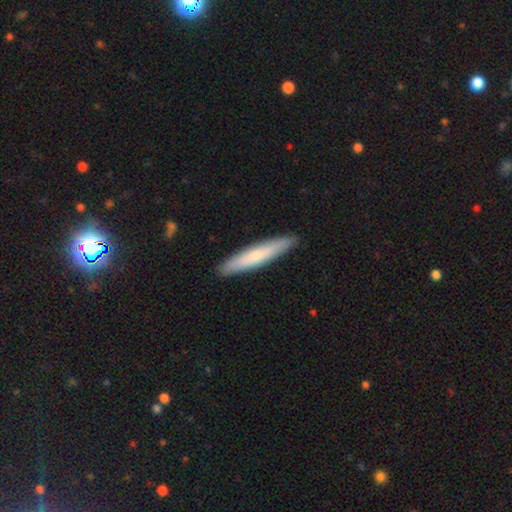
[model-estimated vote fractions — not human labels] This appears to be a smooth galaxy with no disk features (70%) that is cigar-shaped (93%). Merging: none (91%).